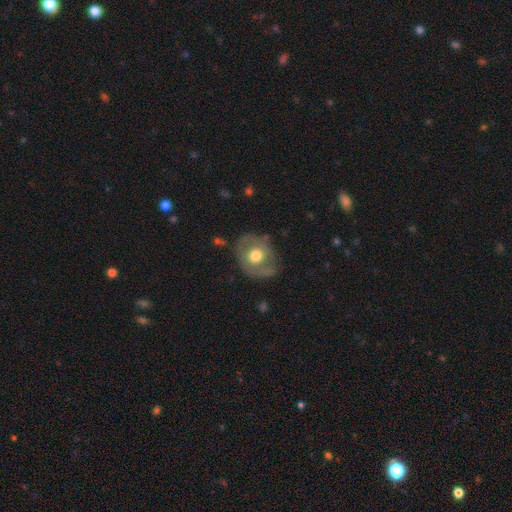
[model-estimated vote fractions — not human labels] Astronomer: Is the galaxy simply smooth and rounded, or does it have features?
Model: featured or disk — 50% (runner-up: smooth, 44%).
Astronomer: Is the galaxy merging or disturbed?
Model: none — 67%.